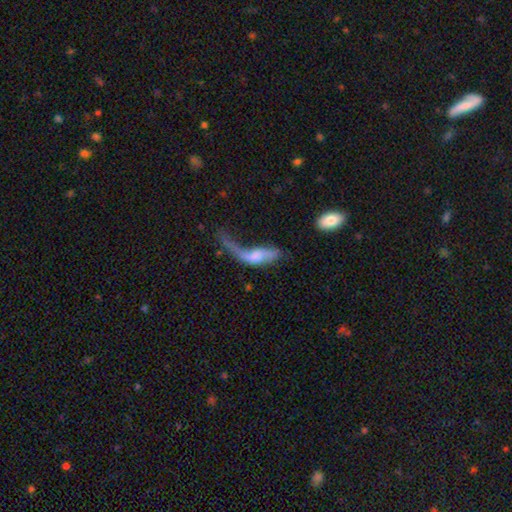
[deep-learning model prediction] smooth-or-featured: featured or disk: 49% | smooth: 43% | star or artifact: 8%
  merging: major disturbance: 55% | none: 16% | minor disturbance: 15% | merger: 14%